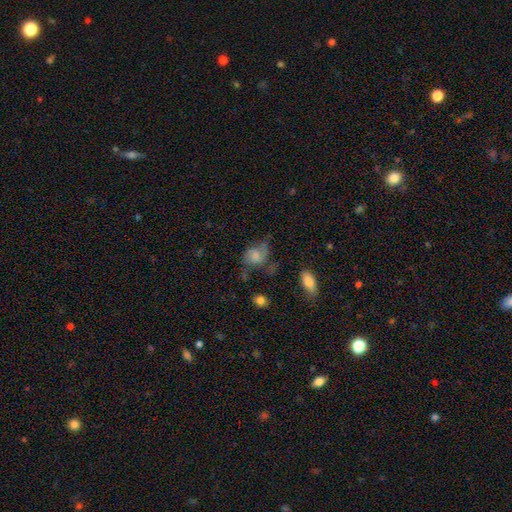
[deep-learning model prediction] smooth 54%, featured or disk 36%, star or artifact 10%. Down the decision tree: how rounded — in between (56%); merging — none (39%).